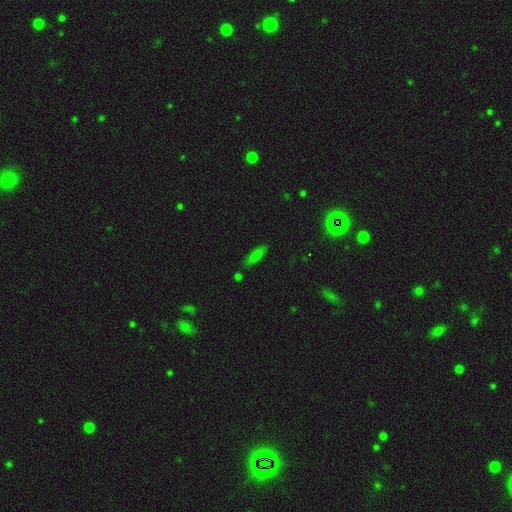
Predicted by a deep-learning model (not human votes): This is likely a smooth galaxy (71%). How rounded: possibly cigar-shaped (50%). Merging: likely none (80%).